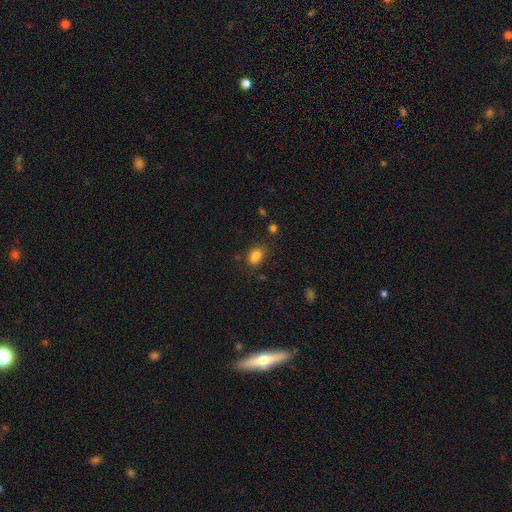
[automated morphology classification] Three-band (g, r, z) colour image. It shows a smooth galaxy with no disk features (81%) that is in between round and cigar-shaped (76%). Merging: none (68%).